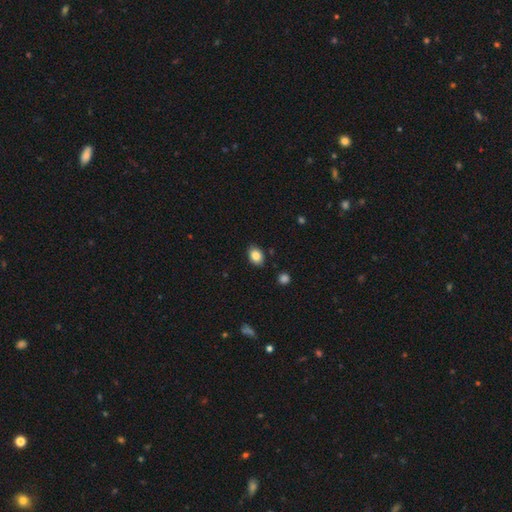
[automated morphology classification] Q: Smooth or featured?
A: smooth (85%); runner-up: star or artifact (9%)
Q: How rounded?
A: in between (74%); runner-up: round (25%)
Q: Merging?
A: none (85%); runner-up: minor disturbance (11%)